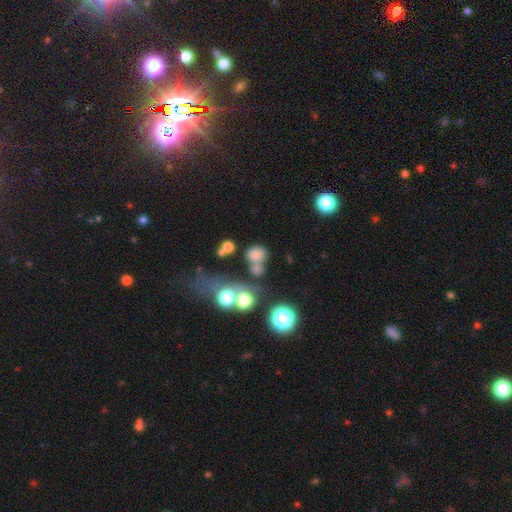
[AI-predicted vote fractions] The model was most divided on "merging": none: 44%, merger: 34%, minor disturbance: 13%, major disturbance: 9%. More confident: how rounded — round (71%); smooth or featured — smooth (70%).